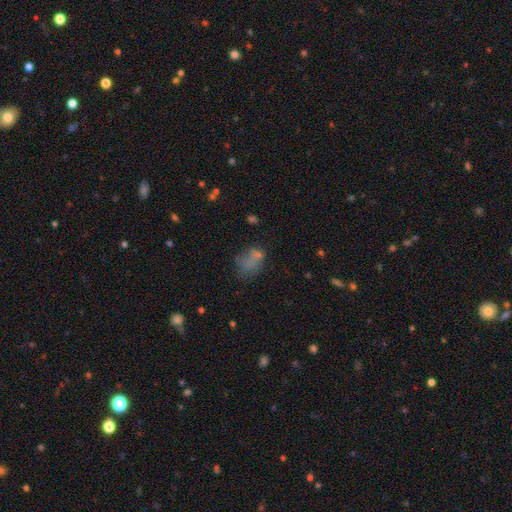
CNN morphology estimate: smooth-or-featured: smooth: 52% | star or artifact: 31% | featured or disk: 17%
  how-rounded: in between: 68% | round: 29% | cigar-shaped: 3%
  merging: none: 58% | minor disturbance: 19% | major disturbance: 14% | merger: 10%